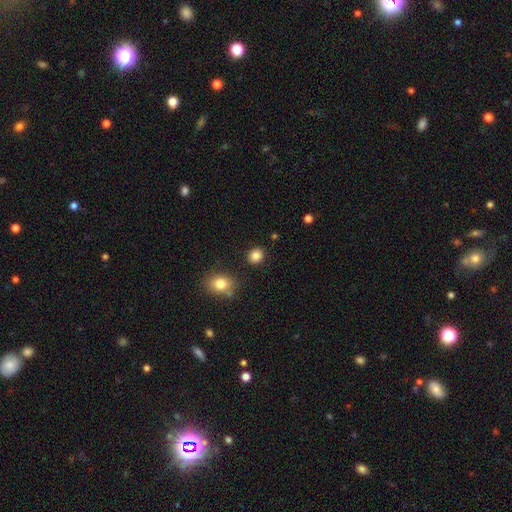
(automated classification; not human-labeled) A smooth galaxy with no disk features (85%) that is round (75%).

Vote fractions:
- Smooth or featured? smooth: 85% / star or artifact: 10% / featured or disk: 4%
- How rounded? round: 75% / in between: 24% / cigar-shaped: 1%
- Merging? none: 88% / minor disturbance: 7% / merger: 3% / major disturbance: 2%